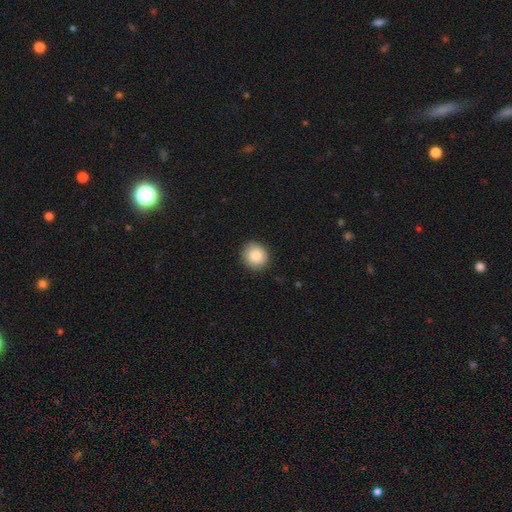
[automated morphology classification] A smooth galaxy with no disk features (88%) that is round (87%). Merging: none (89%).